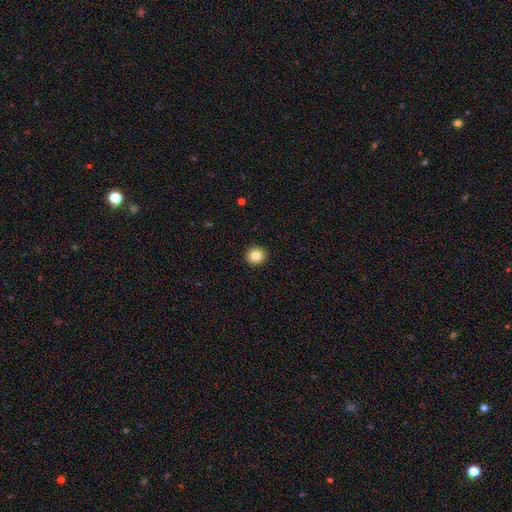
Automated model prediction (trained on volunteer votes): smooth-or-featured: smooth: 84% | star or artifact: 10% | featured or disk: 6%
  how-rounded: round: 90% | in between: 9% | cigar-shaped: 1%
  merging: none: 92% | minor disturbance: 5% | major disturbance: 2% | merger: 1%